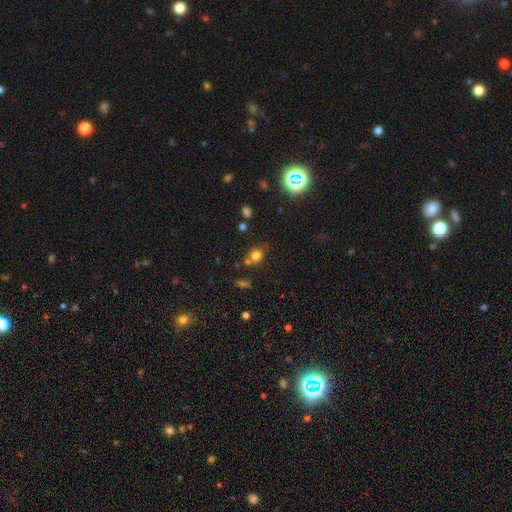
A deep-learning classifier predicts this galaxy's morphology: This is likely a smooth galaxy (72%). How rounded: likely round (73%). Merging: possibly none (59%).